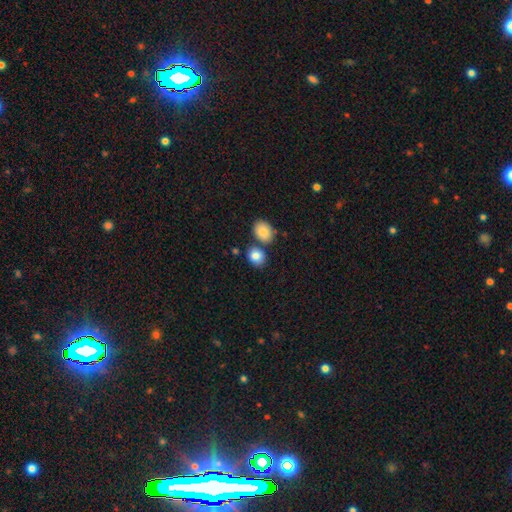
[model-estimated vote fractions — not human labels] Smooth or featured: smooth — 85% (star or artifact — 9%)
How rounded: in between — 51% (round — 47%)
Merging: none — 63% (merger — 23%)